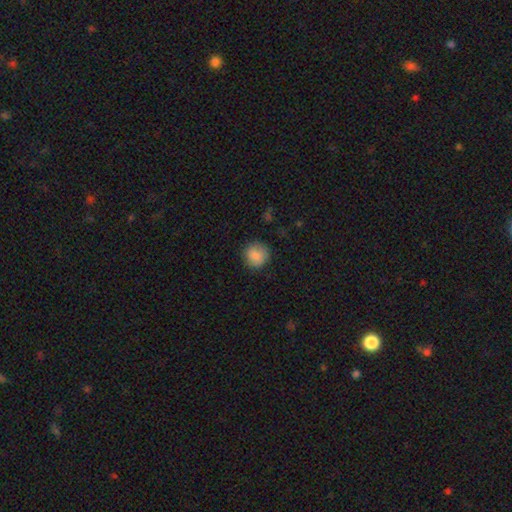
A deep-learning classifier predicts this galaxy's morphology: A smooth galaxy with no disk features (86%) that is round (91%).

Vote fractions:
- Smooth or featured? smooth: 86% / star or artifact: 8% / featured or disk: 5%
- How rounded? round: 91% / in between: 8% / cigar-shaped: 1%
- Merging? none: 85% / minor disturbance: 11% / major disturbance: 3% / merger: 1%